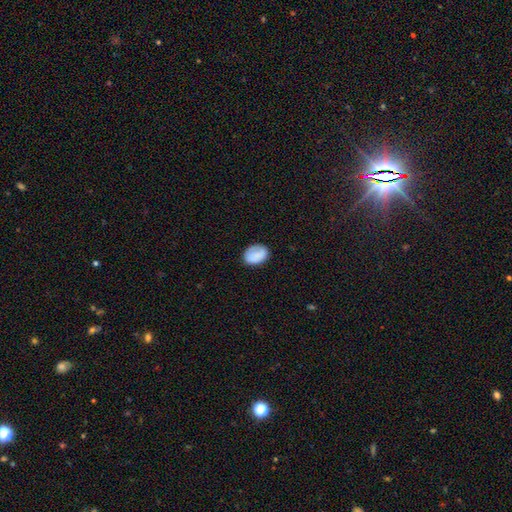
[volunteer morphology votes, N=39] A smooth galaxy with no disk features (79%) that is in between round and cigar-shaped (74%).

Vote fractions:
- Smooth or featured? smooth: 79% / featured or disk: 15% / star or artifact: 5%
- How rounded? in between: 74% / round: 26% / cigar-shaped: 0%
- Merging? none: 86% / minor disturbance: 8% / major disturbance: 5% / merger: 0%